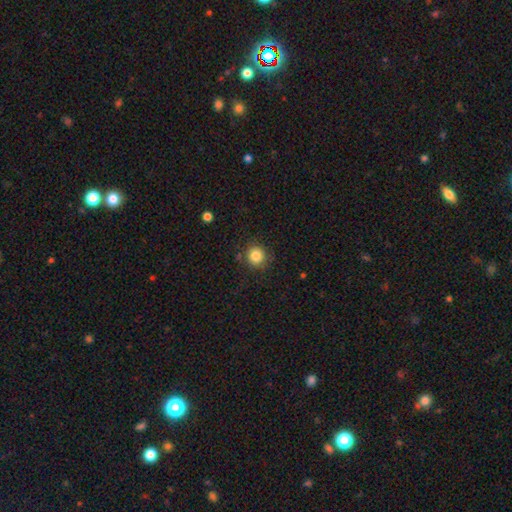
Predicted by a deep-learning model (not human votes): Morphology: type=smooth (84%); roundness=round (92%); merging=none (84%).